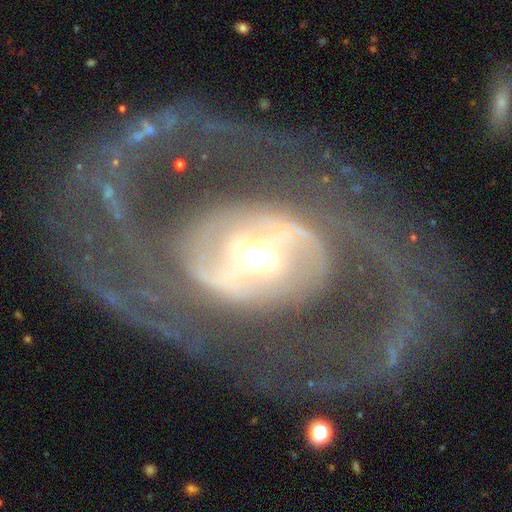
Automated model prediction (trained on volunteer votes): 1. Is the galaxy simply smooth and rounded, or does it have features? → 89% featured or disk, 6% smooth, 5% star or artifact.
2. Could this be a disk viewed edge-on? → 96% no, 4% yes.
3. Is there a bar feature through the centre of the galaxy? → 40% strong, 35% weak, 25% no.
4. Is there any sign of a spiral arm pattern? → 90% yes, 10% no.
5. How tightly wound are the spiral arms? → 43% medium, 31% tight, 26% loose.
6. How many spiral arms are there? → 66% 2, 12% can't tell, 7% 3, 5% 1, 5% 4, 5% more than 4.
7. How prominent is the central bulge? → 61% moderate, 19% large, 16% small, 3% dominant, 1% none.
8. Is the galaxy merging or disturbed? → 63% none, 22% major disturbance, 12% minor disturbance, 3% merger.